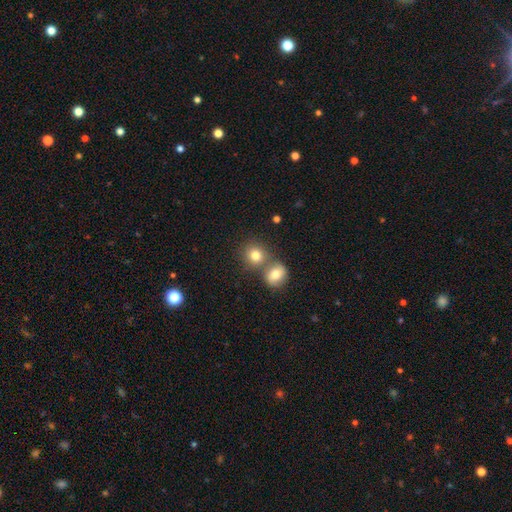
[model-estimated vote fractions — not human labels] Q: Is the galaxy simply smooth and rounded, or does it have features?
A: smooth — 80%.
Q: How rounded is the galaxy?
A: round — 82%.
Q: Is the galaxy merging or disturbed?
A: none — 52%.